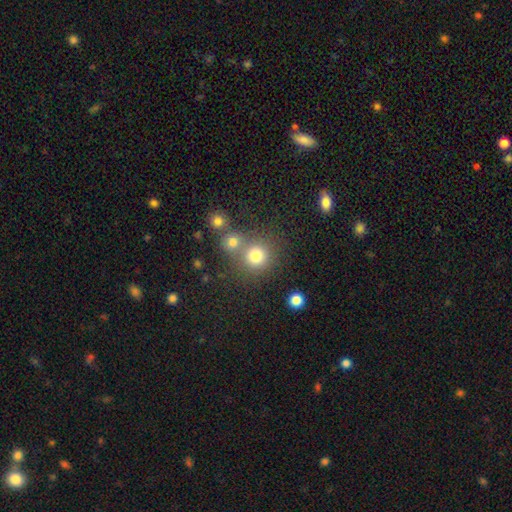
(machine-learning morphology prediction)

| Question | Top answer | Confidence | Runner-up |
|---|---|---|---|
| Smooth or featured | smooth | 77% | star or artifact (15%) |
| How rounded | round | 90% | in between (9%) |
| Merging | none | 63% | merger (25%) |